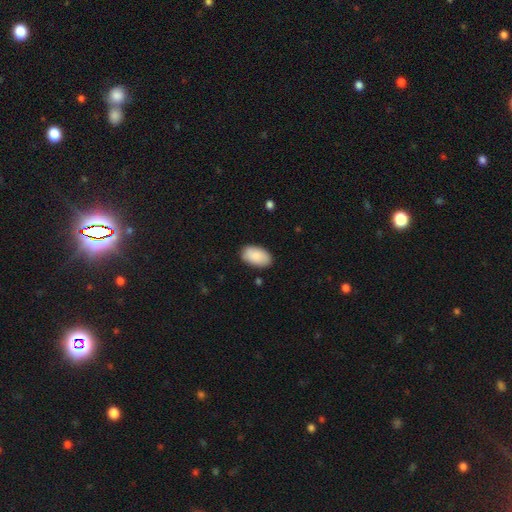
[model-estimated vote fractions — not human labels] smooth_or_featured: smooth (p=0.89) [alt: star or artifact p=0.06]
how_rounded: in between (p=0.95) [alt: round p=0.04]
merging: none (p=0.85) [alt: minor disturbance p=0.11]